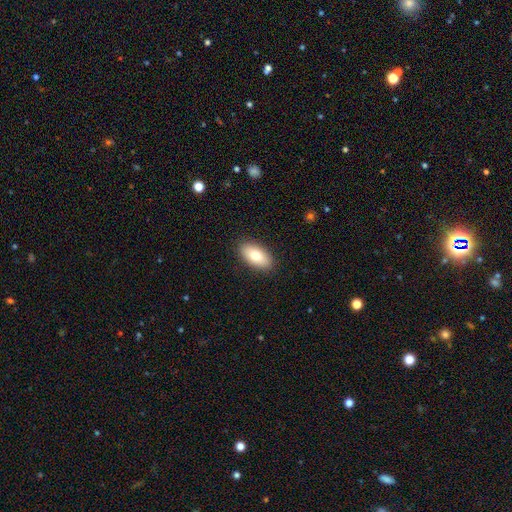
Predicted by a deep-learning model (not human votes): This is likely a smooth galaxy (79%). How rounded: clearly in between (93%). Merging: clearly none (89%).